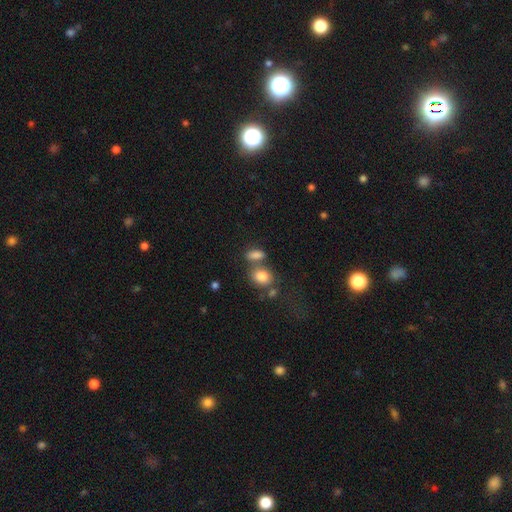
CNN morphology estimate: A smooth galaxy with no disk features (77%) that is in between round and cigar-shaped (67%).

Vote fractions:
- Smooth or featured? smooth: 77% / star or artifact: 14% / featured or disk: 10%
- How rounded? in between: 67% / round: 28% / cigar-shaped: 5%
- Merging? none: 49% / merger: 34% / minor disturbance: 12% / major disturbance: 6%